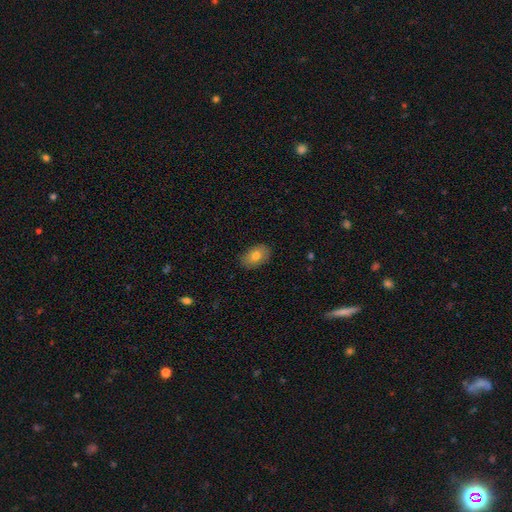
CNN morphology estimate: type=smooth (76%); roundness=in between (88%); merging=none (85%).